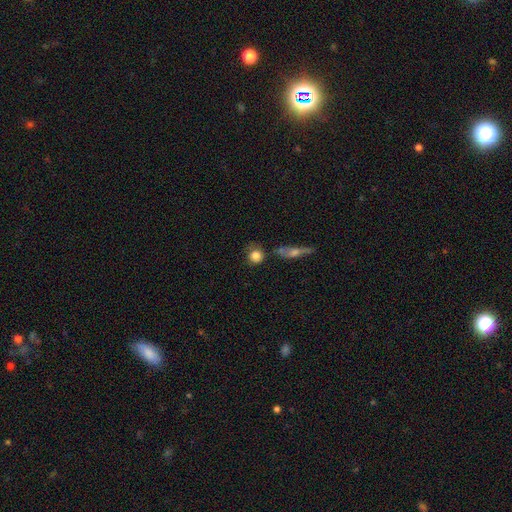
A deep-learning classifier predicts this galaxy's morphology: Smooth or featured? Predicted: smooth (p=0.81). How rounded? Predicted: round (p=0.83). Merging? Predicted: none (p=0.59).